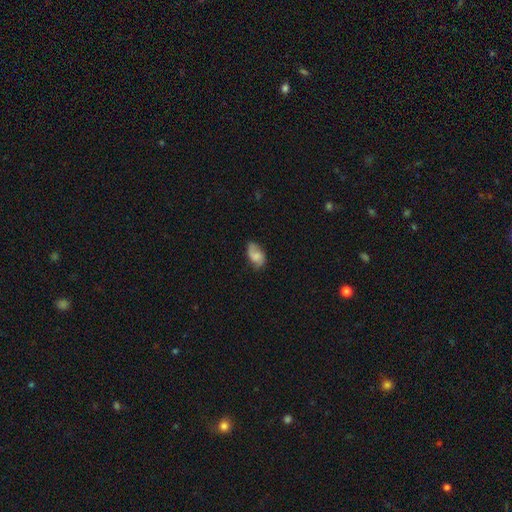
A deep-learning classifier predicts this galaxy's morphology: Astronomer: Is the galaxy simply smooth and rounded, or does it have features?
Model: smooth — 61%.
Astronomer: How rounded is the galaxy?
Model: in between — 91%.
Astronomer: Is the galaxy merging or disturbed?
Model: none — 62%.